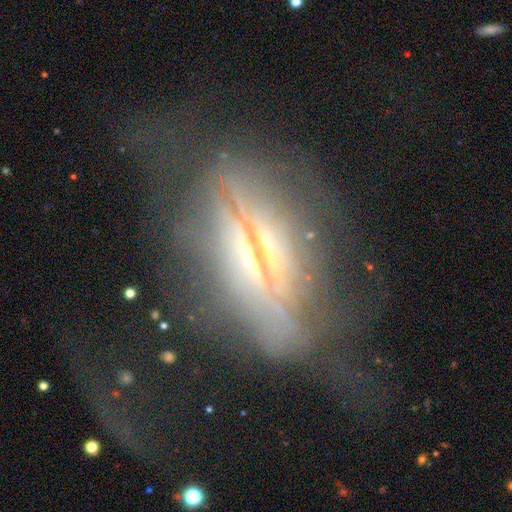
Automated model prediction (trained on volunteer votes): Smooth or featured? Predicted: featured or disk (p=0.70). Edge-on disk? Predicted: yes (p=0.71). Merging? Predicted: major disturbance (p=0.40).